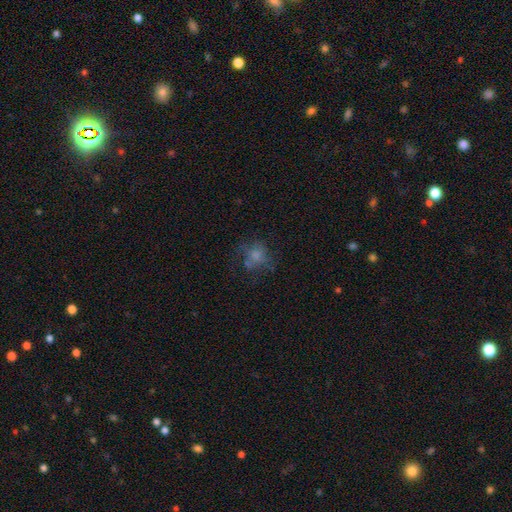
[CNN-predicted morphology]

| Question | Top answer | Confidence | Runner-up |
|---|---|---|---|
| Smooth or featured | smooth | 59% | featured or disk (26%) |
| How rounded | round | 69% | in between (29%) |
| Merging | none | 48% | major disturbance (22%) |